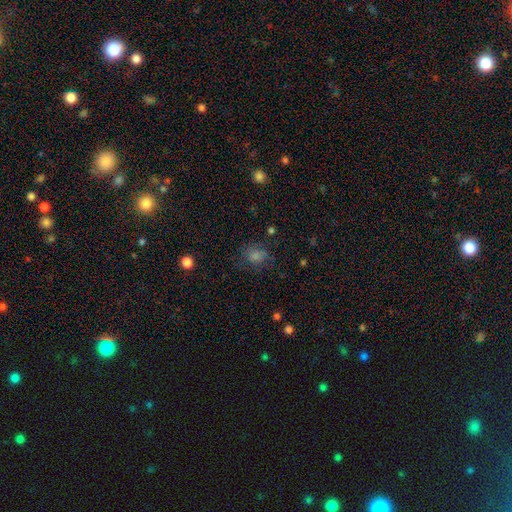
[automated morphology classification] smooth_or_featured: smooth (p=0.61) [alt: star or artifact p=0.26]
how_rounded: round (p=0.66) [alt: in between p=0.33]
merging: none (p=0.70) [alt: minor disturbance p=0.18]